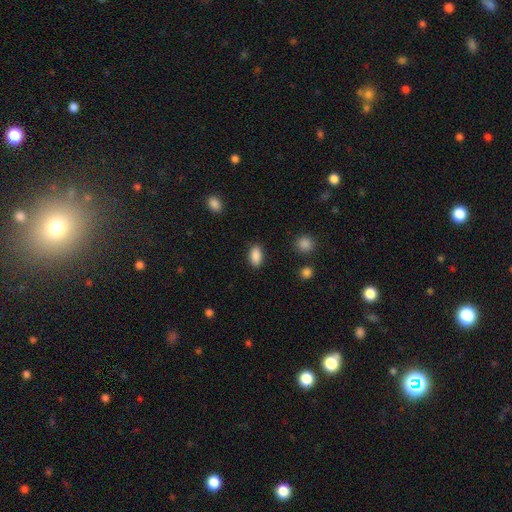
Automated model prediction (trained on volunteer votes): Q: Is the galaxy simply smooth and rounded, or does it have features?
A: smooth — 89%.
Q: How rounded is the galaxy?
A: in between — 92%.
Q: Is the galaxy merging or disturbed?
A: none — 88%.